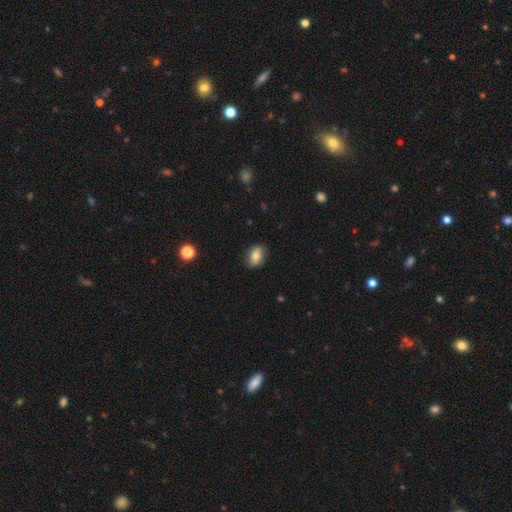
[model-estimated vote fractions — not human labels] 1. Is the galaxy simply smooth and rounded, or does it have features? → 72% smooth, 20% featured or disk, 9% star or artifact.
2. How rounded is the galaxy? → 82% in between, 17% round, 2% cigar-shaped.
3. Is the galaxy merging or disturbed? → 83% none, 13% minor disturbance, 3% major disturbance, 1% merger.